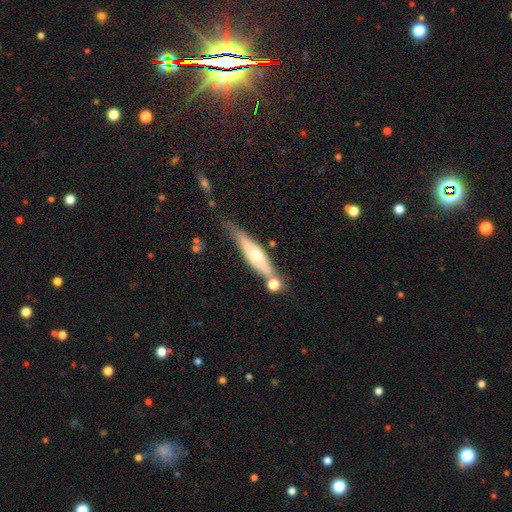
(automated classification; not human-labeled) Smooth or featured: featured or disk — 50% (smooth — 44%)
Merging: none — 58% (minor disturbance — 20%)